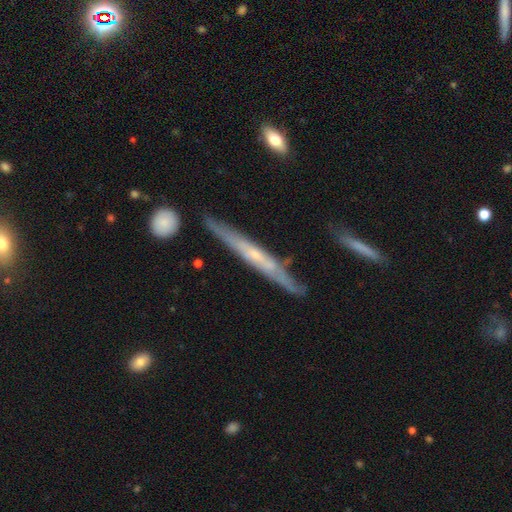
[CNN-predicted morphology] Smooth or featured?
  - featured or disk: 69% *
  - smooth: 25%
  - star or artifact: 6%
Edge-on disk?
  - yes: 88% *
  - no: 12%
Edge-on bulge?
  - none: 58% *
  - rounded: 36%
  - boxy: 6%
Merging?
  - none: 76% *
  - minor disturbance: 17%
  - merger: 4%
  - major disturbance: 3%